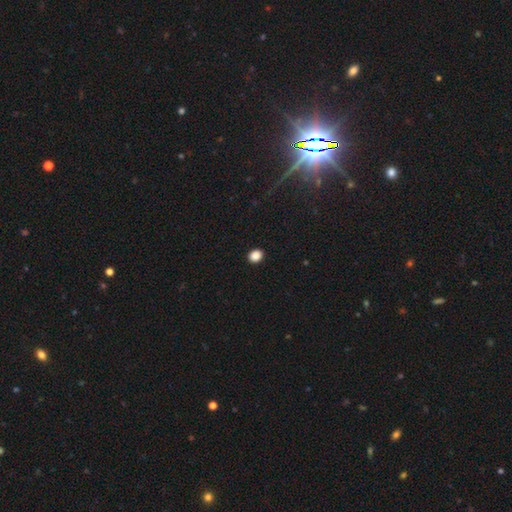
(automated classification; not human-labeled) Overall: smooth (88%). How rounded: round (54%; in between 45%). Merging: none (92%).